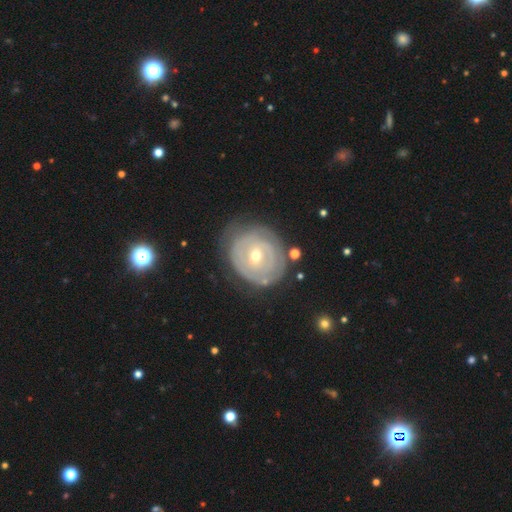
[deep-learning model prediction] Smooth or featured? Predicted: featured or disk (p=0.77). Edge-on disk? Predicted: no (p=0.97). Bar? Predicted: no (p=0.44). Spiral arms? Predicted: yes (p=0.76). Spiral winding? Predicted: tight (p=0.80). Spiral arm count? Predicted: can't tell (p=0.50). Bulge size? Predicted: small (p=0.50). Merging? Predicted: none (p=0.70).